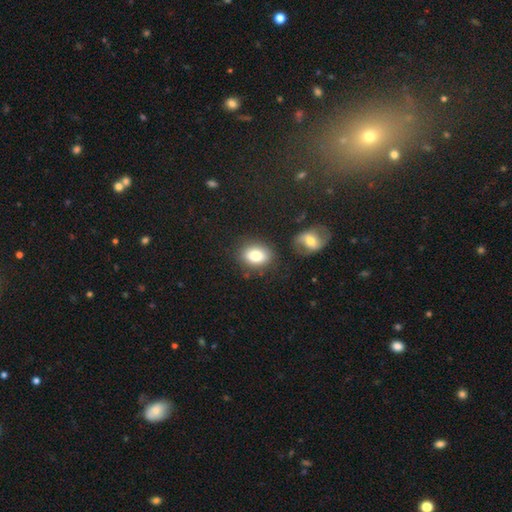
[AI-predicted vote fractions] This appears to be a smooth galaxy with no disk features (81%) that is in between round and cigar-shaped (68%). Merging: none (78%).